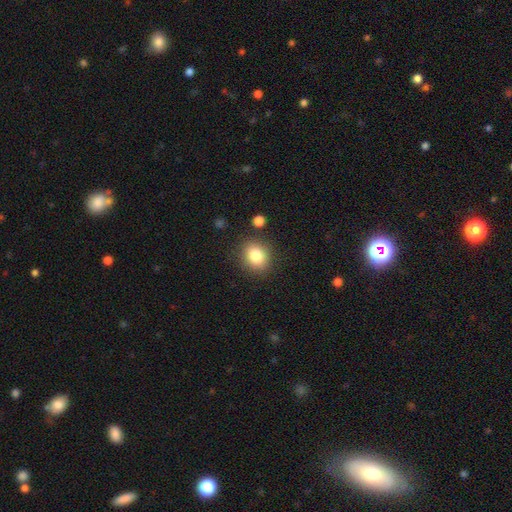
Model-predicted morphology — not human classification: Overall: smooth (81%). How rounded: round (71%). Merging: none (86%).